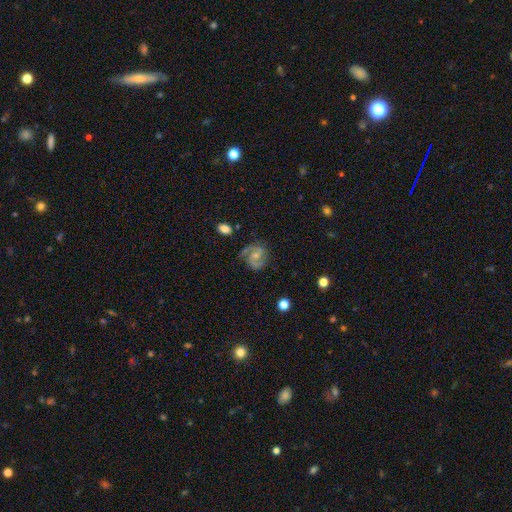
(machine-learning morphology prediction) Smooth or featured?
  - featured or disk: 88% *
  - smooth: 7%
  - star or artifact: 6%
Edge-on disk?
  - no: 98% *
  - yes: 2%
Bar?
  - no: 50% *
  - weak: 41%
  - strong: 9%
Spiral arms?
  - yes: 98% *
  - no: 2%
Spiral winding?
  - medium: 57% *
  - tight: 29%
  - loose: 14%
Spiral arm count?
  - 2: 90% *
  - can't tell: 3%
  - 3: 3%
  - 1: 2%
  - 4: 1%
  - more than 4: 1%
Bulge size?
  - small: 55% *
  - moderate: 35%
  - none: 8%
  - large: 2%
  - dominant: 1%
Merging?
  - none: 78% *
  - minor disturbance: 15%
  - major disturbance: 5%
  - merger: 2%